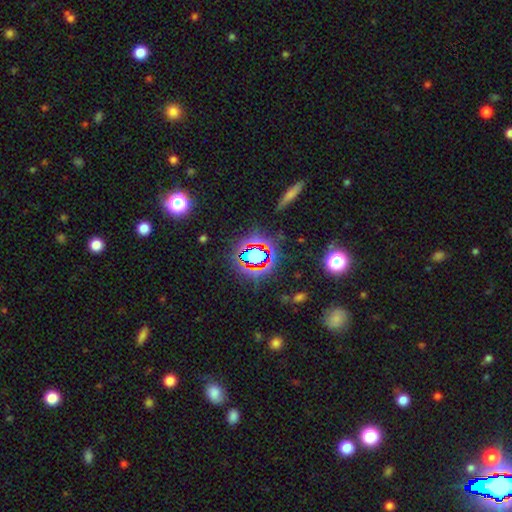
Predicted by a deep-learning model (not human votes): Smooth or featured?
  - star or artifact: 65% *
  - smooth: 22%
  - featured or disk: 13%